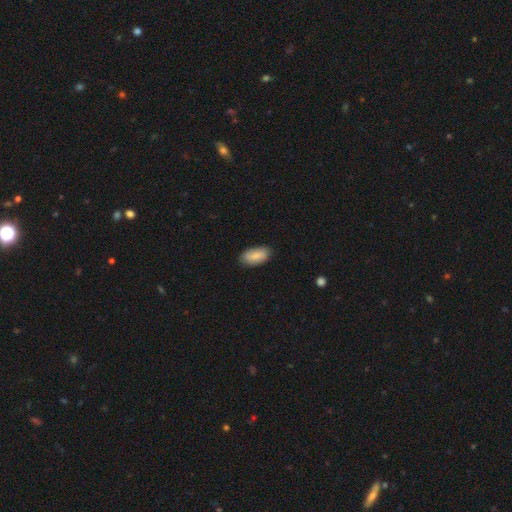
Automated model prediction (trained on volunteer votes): Smooth or featured? smooth (84%)
How rounded? in between (93%)
Merging? none (84%)